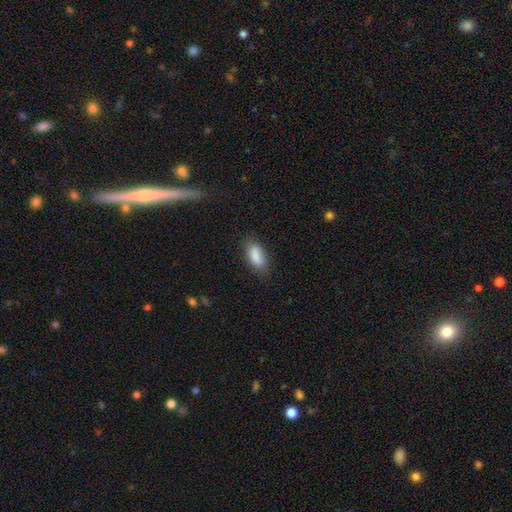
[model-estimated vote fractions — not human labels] smooth_or_featured: smooth (p=0.87) [alt: star or artifact p=0.07]
how_rounded: in between (p=0.87) [alt: cigar-shaped p=0.10]
merging: none (p=0.80) [alt: minor disturbance p=0.15]